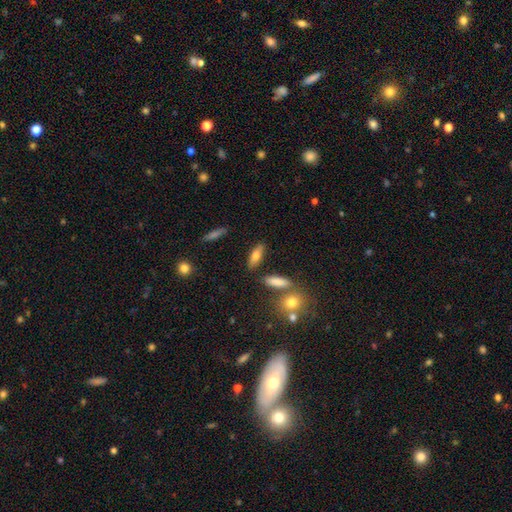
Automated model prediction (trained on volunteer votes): Q: Smooth or featured?
A: smooth (70%); runner-up: featured or disk (22%)
Q: How rounded?
A: in between (57%); runner-up: cigar-shaped (40%)
Q: Merging?
A: none (81%); runner-up: minor disturbance (10%)